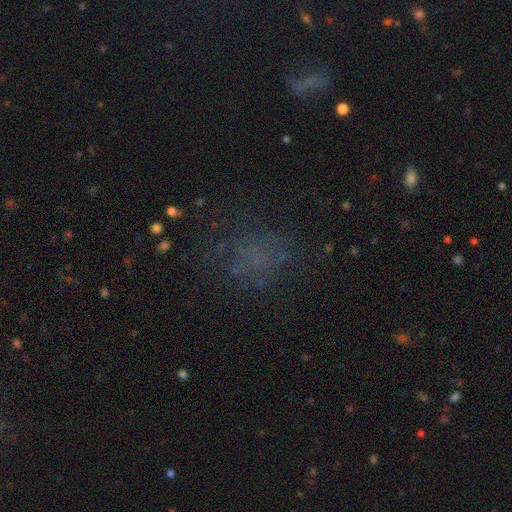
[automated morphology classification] Smooth or featured? Predicted: smooth (p=0.49). Merging? Predicted: none (p=0.60).